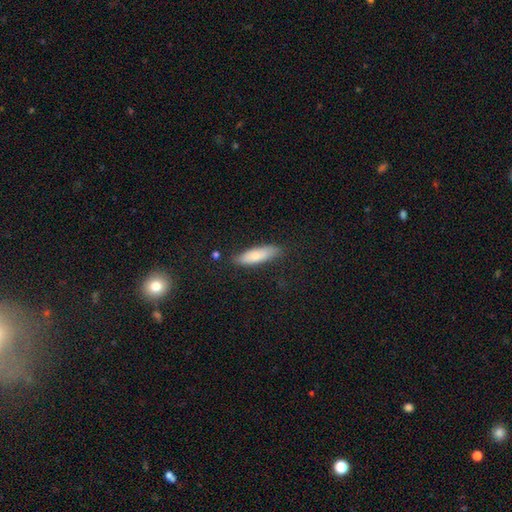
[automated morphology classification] type=smooth (75%); roundness=cigar-shaped (50%); merging=none (80%).